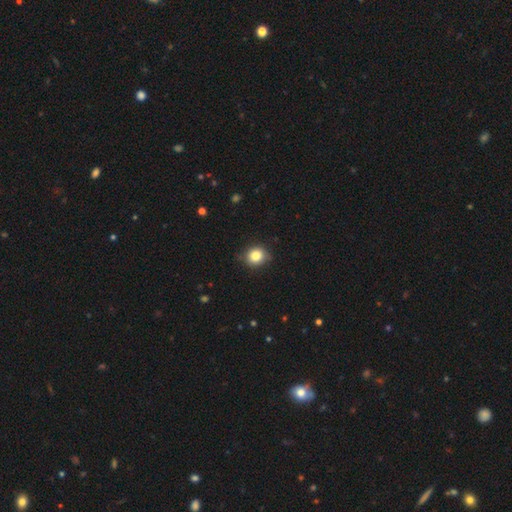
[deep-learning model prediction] Smooth or featured? smooth (84%)
How rounded? round (78%)
Merging? none (83%)